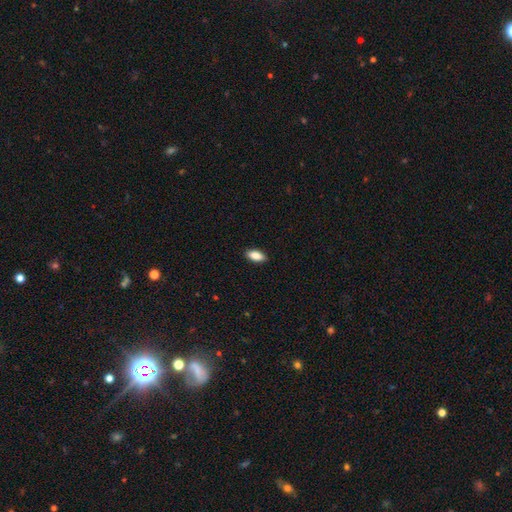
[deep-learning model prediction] Smooth or featured: smooth — 88% (star or artifact — 6%)
How rounded: in between — 88% (cigar-shaped — 10%)
Merging: none — 89% (minor disturbance — 8%)